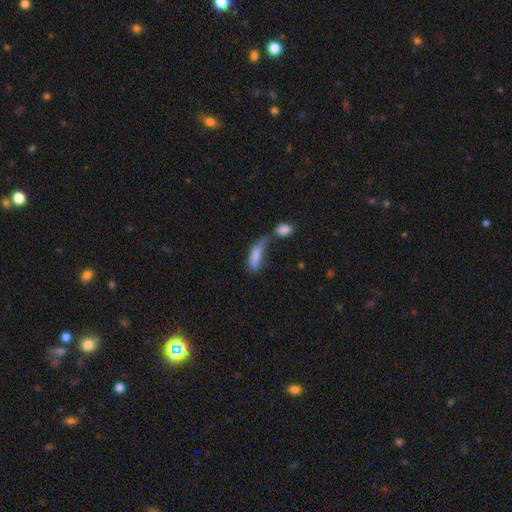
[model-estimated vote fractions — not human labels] Smooth or featured: smooth — 76% (featured or disk — 16%)
How rounded: in between — 58% (cigar-shaped — 39%)
Merging: merger — 47% (major disturbance — 19%)